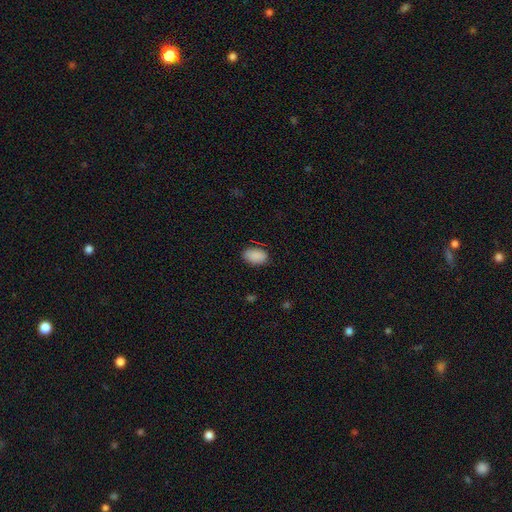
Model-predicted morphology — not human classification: type=smooth (89%); roundness=in between (91%); merging=none (83%).